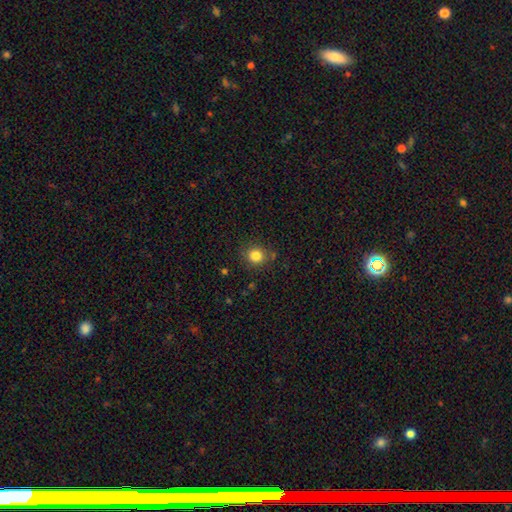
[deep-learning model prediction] Smooth or featured? smooth (83%)
How rounded? round (85%)
Merging? none (84%)